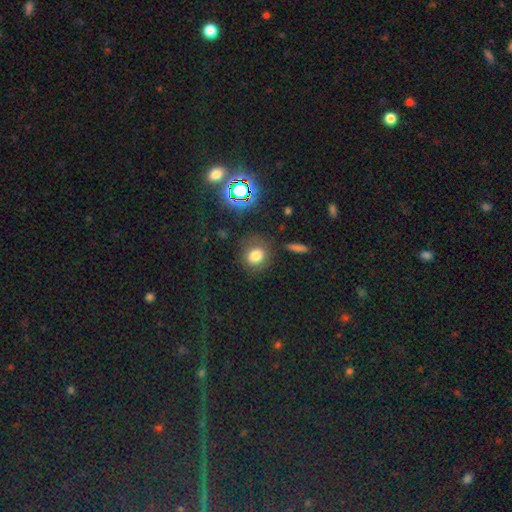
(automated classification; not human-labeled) Smooth or featured: smooth — 75% (star or artifact — 17%)
How rounded: round — 73% (in between — 25%)
Merging: none — 77% (minor disturbance — 14%)